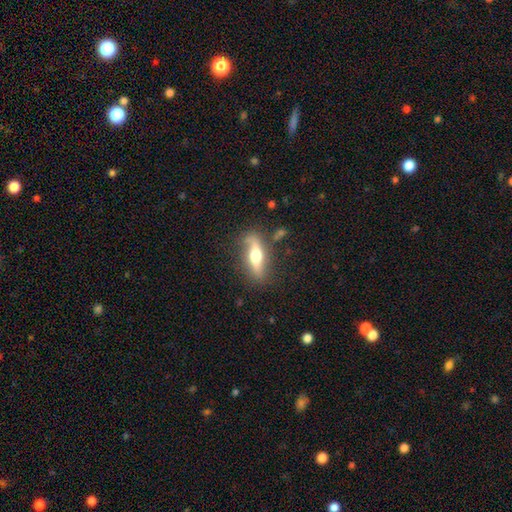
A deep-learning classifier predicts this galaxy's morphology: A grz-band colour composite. It shows a featured or disk galaxy (58%) viewed edge-on (67%). Merging: none (72%).